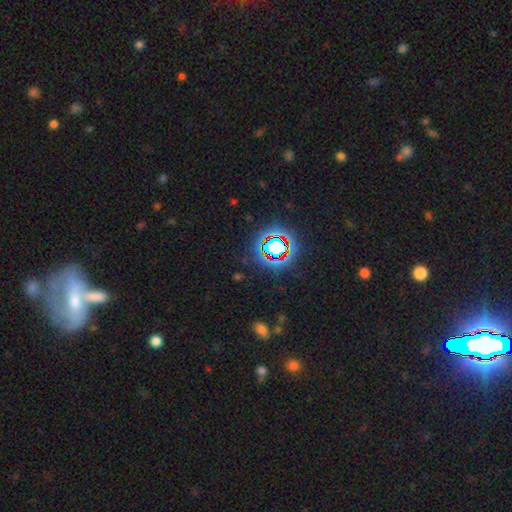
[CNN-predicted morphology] Smooth or featured?
  - star or artifact: 74% *
  - smooth: 14%
  - featured or disk: 12%